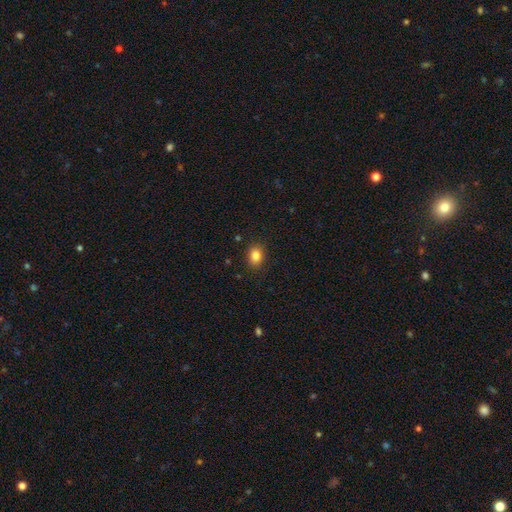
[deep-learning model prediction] Smooth or featured? smooth (84%)
How rounded? in between (55%)
Merging? none (89%)